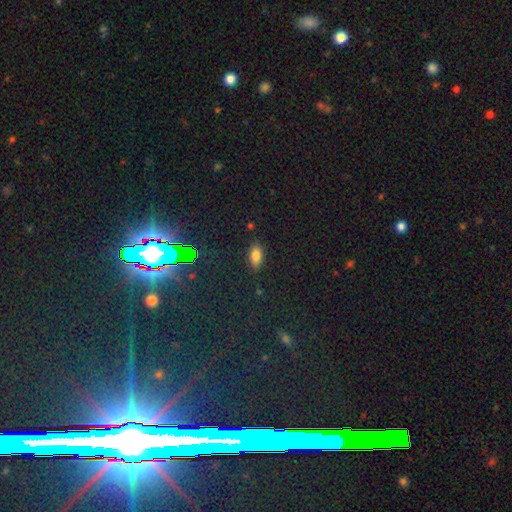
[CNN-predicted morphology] Smooth or featured? Predicted: smooth (p=0.80). How rounded? Predicted: in between (p=0.89). Merging? Predicted: none (p=0.86).